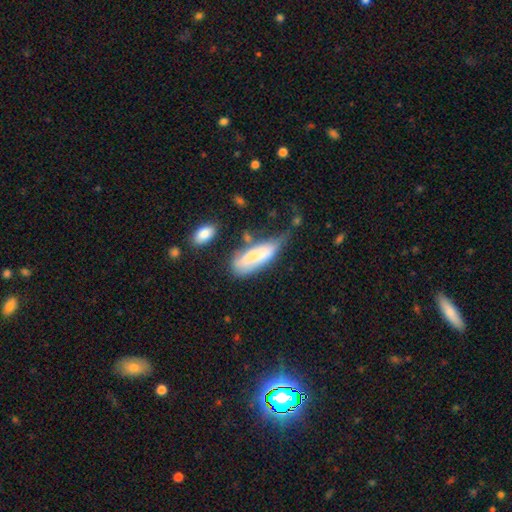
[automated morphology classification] Smooth or featured: smooth — 58% (featured or disk — 34%)
How rounded: in between — 68% (cigar-shaped — 30%)
Merging: minor disturbance — 35% (none — 27%)